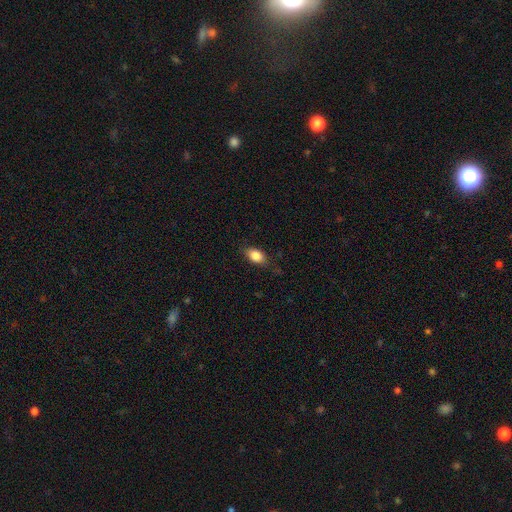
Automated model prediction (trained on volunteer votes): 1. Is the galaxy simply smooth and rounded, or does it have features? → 84% smooth, 9% featured or disk, 8% star or artifact.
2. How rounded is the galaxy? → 86% in between, 11% round, 4% cigar-shaped.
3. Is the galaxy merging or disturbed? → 80% none, 16% minor disturbance, 4% major disturbance, 1% merger.